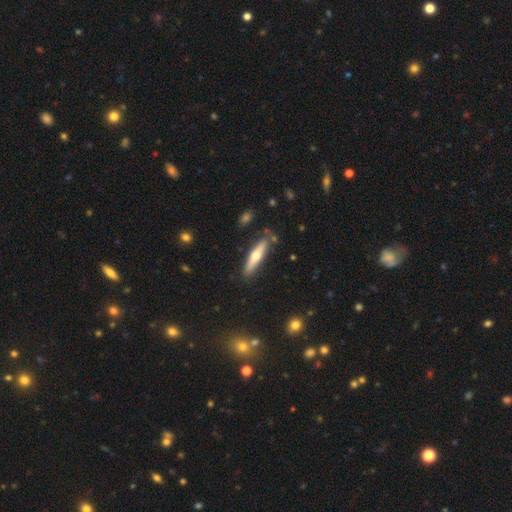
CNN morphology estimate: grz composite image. It shows a smooth galaxy with no disk features (52%) that is cigar-shaped (83%). Merging: none (83%).